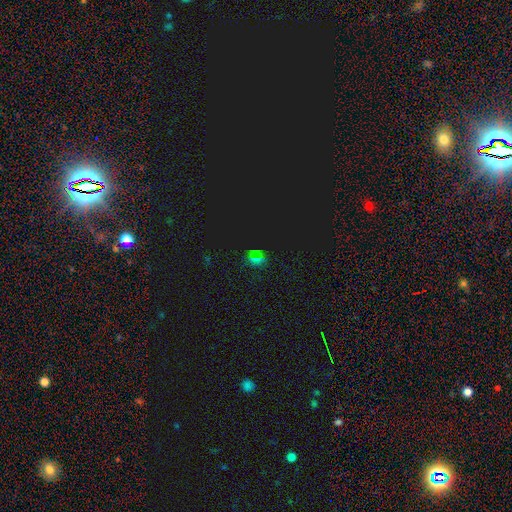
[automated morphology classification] The model was most divided on "smooth or featured": star or artifact: 58%, smooth: 34%, featured or disk: 8%.